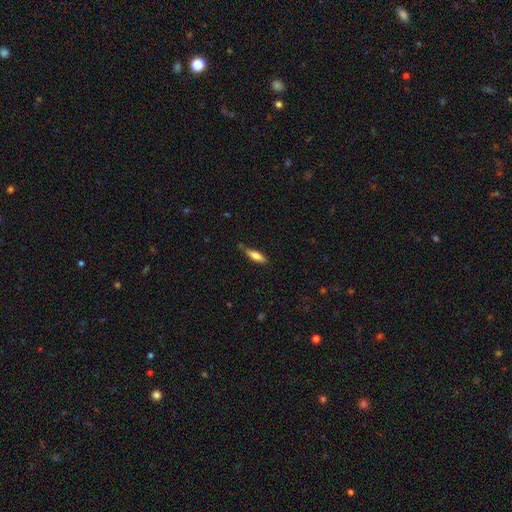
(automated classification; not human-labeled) Q: Smooth or featured?
A: smooth (76%); runner-up: featured or disk (18%)
Q: How rounded?
A: cigar-shaped (56%); runner-up: in between (42%)
Q: Merging?
A: none (66%); runner-up: minor disturbance (26%)